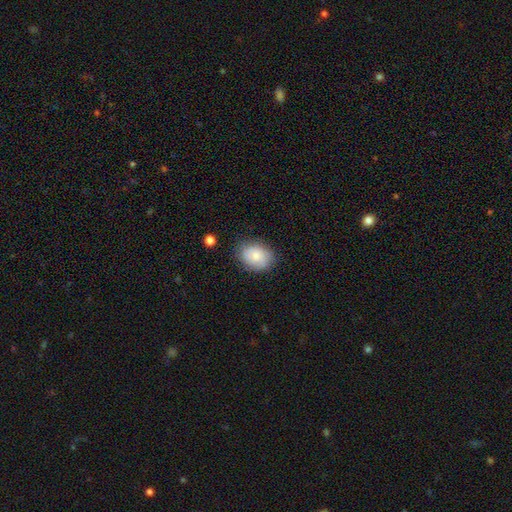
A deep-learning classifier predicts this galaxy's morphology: This appears to be a smooth galaxy with no disk features (80%) that is in between round and cigar-shaped (70%). Merging: none (78%).